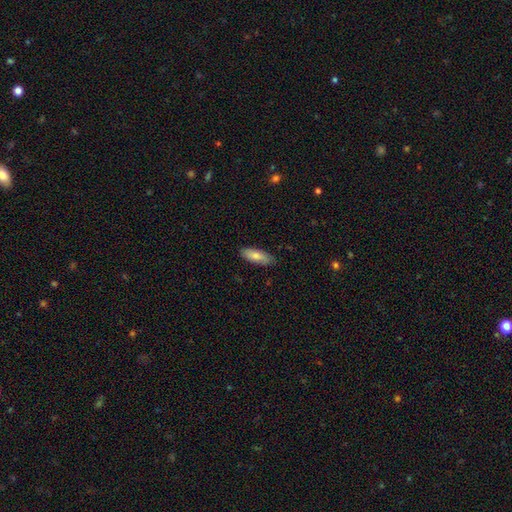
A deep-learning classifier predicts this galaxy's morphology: Smooth or featured? Predicted: smooth (p=0.79). How rounded? Predicted: in between (p=0.70). Merging? Predicted: none (p=0.85).